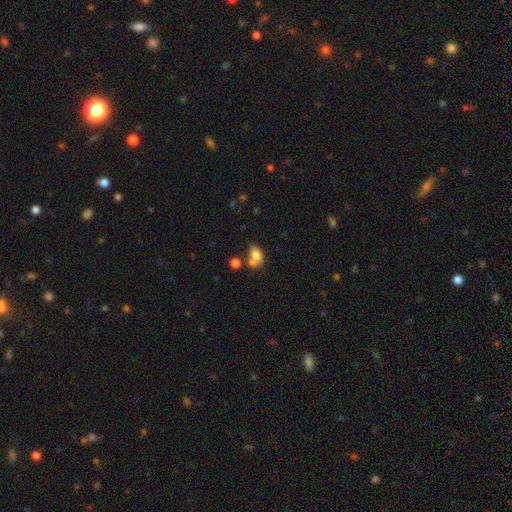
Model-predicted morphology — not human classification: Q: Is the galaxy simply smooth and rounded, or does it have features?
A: smooth — 76%.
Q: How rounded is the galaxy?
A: in between — 79%.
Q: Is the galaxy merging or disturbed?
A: merger — 43%.